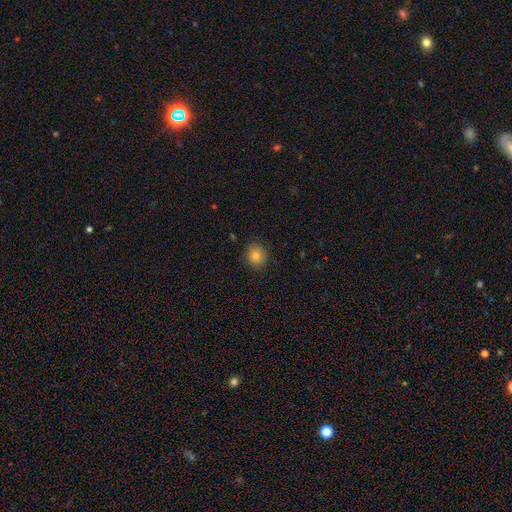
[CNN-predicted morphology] A smooth galaxy with no disk features (82%) that is round (82%). Merging: none (88%).